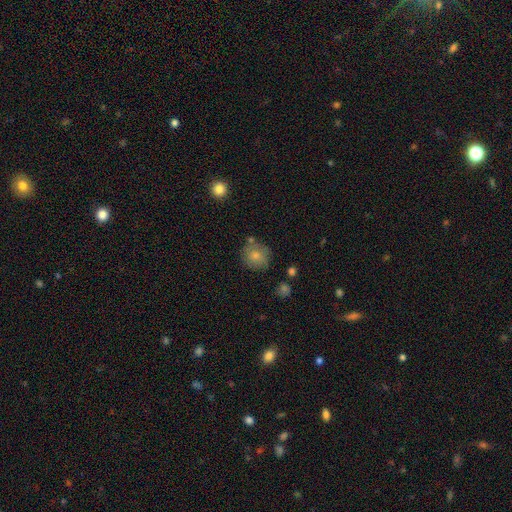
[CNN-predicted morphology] A smooth galaxy with no disk features (79%) that is round (88%). Merging: none (71%).